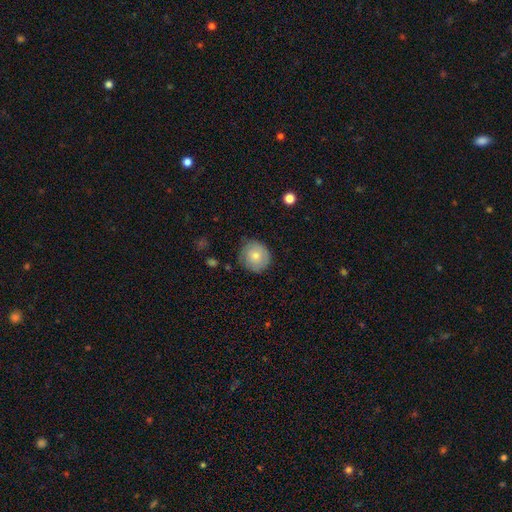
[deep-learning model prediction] Smooth or featured? Predicted: smooth (p=0.74). How rounded? Predicted: round (p=0.88). Merging? Predicted: none (p=0.77).